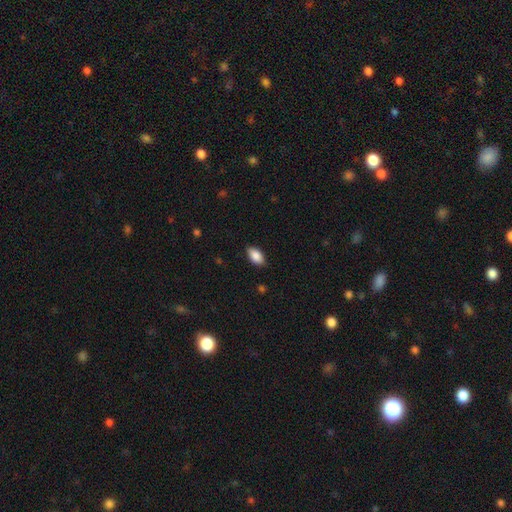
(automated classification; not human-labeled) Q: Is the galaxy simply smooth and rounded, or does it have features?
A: smooth — 87%.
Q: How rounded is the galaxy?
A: in between — 92%.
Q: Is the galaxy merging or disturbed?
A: none — 85%.